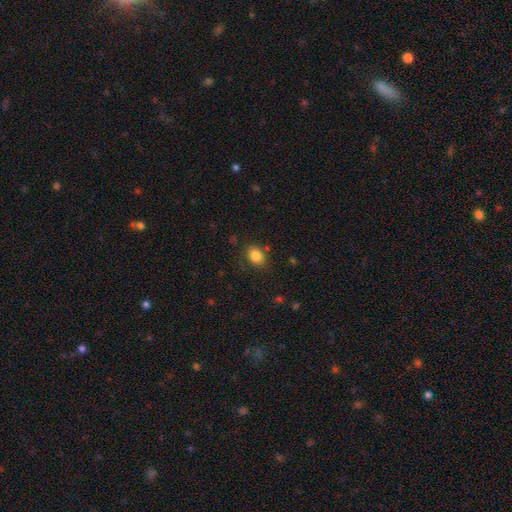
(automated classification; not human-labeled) smooth-or-featured: smooth: 85% | star or artifact: 10% | featured or disk: 6%
  how-rounded: in between: 64% | round: 34% | cigar-shaped: 1%
  merging: none: 81% | minor disturbance: 13% | major disturbance: 4% | merger: 3%